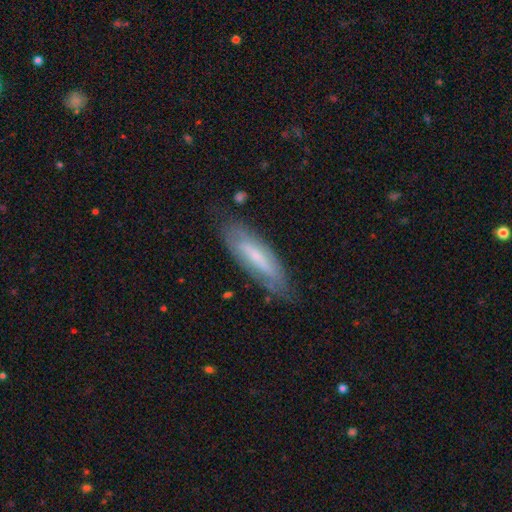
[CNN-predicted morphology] The model was most divided on "smooth or featured": featured or disk: 48%, smooth: 45%, star or artifact: 7%. More confident: merging — none (75%).